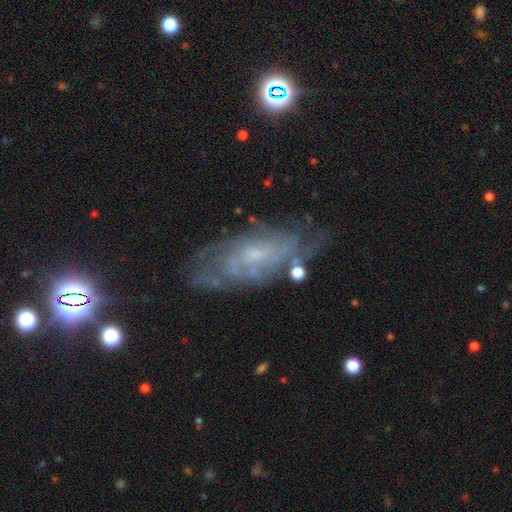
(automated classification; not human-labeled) A featured or disk galaxy (76%) with no bar (65%), tight (59%) spiral arms (86%) and a small central bulge (66%). Merging: none (66%).